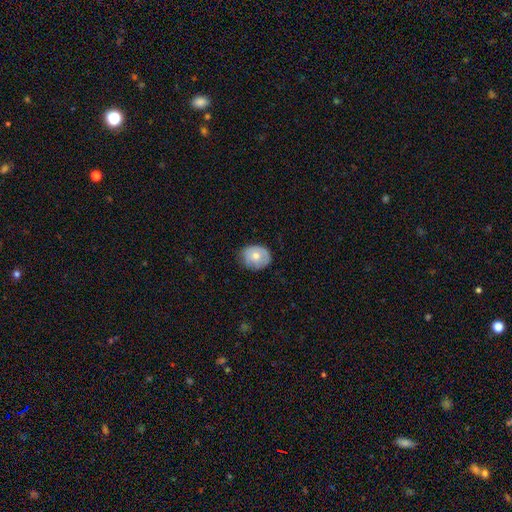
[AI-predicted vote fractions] Morphology: type=smooth (67%); roundness=round (59%); merging=none (72%).